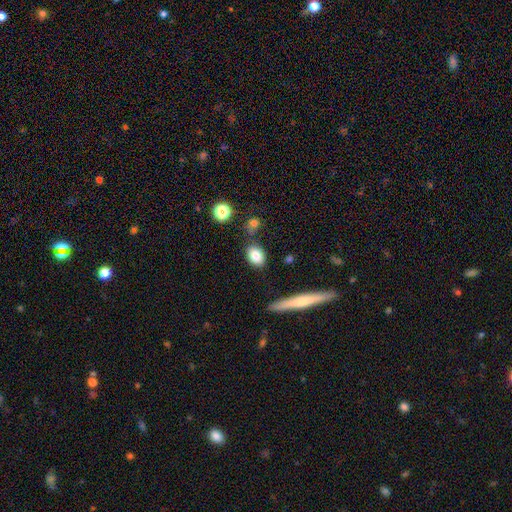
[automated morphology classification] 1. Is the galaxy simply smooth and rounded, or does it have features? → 83% smooth, 9% featured or disk, 8% star or artifact.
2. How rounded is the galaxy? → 74% in between, 23% round, 3% cigar-shaped.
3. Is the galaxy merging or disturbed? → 78% none, 13% minor disturbance, 6% merger, 4% major disturbance.